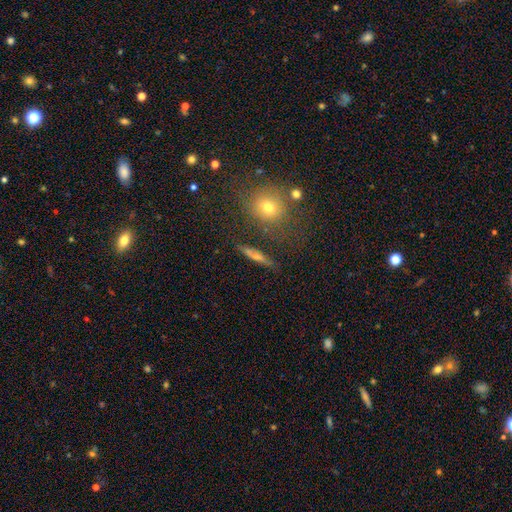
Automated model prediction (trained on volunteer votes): Q: Smooth or featured?
A: smooth (51%); runner-up: featured or disk (38%)
Q: How rounded?
A: cigar-shaped (75%); runner-up: in between (16%)
Q: Merging?
A: none (79%); runner-up: minor disturbance (11%)